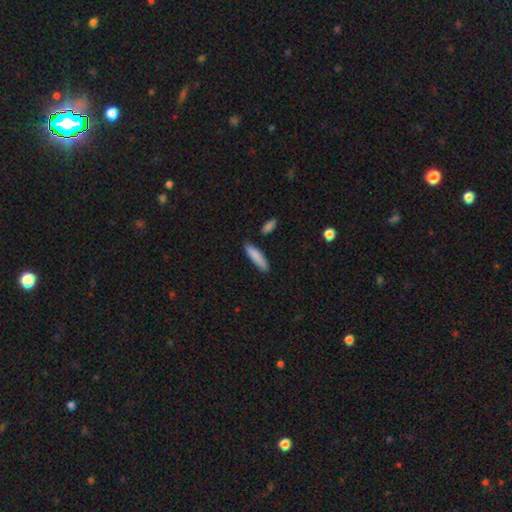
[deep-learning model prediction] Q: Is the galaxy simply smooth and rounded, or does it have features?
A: smooth — 86%.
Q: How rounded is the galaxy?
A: cigar-shaped — 74%.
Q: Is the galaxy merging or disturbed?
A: none — 82%.